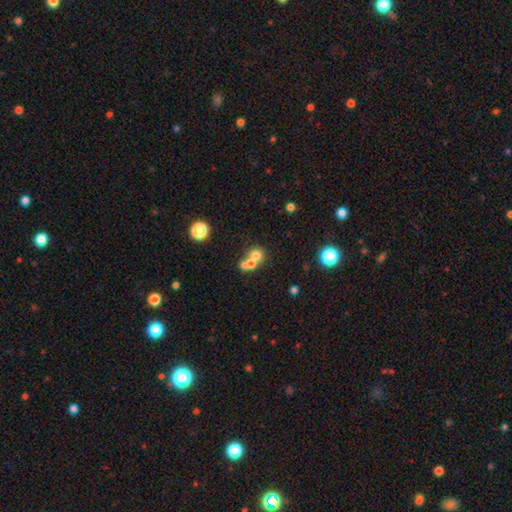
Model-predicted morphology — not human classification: smooth_or_featured: smooth (p=0.66) [alt: featured or disk p=0.19]
how_rounded: round (p=0.79) [alt: in between p=0.19]
merging: merger (p=0.60) [alt: none p=0.31]